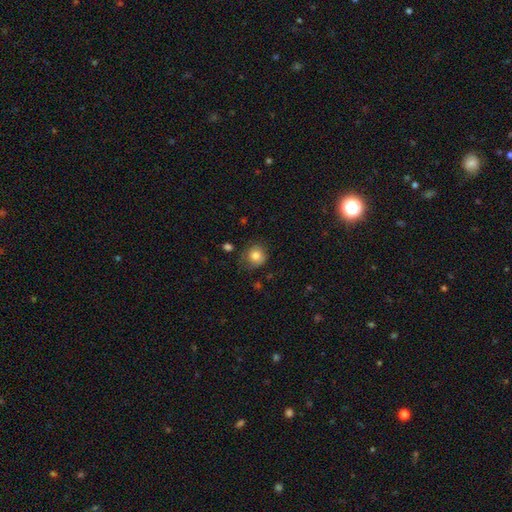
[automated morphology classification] Smooth or featured: smooth — 81% (featured or disk — 10%)
How rounded: round — 84% (in between — 15%)
Merging: none — 68% (minor disturbance — 23%)